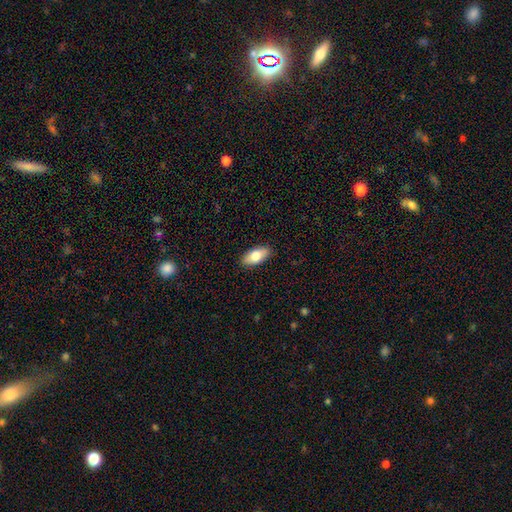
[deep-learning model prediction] smooth 74%, featured or disk 19%, star or artifact 6%. Down the decision tree: how rounded — in between (89%); merging — none (89%).